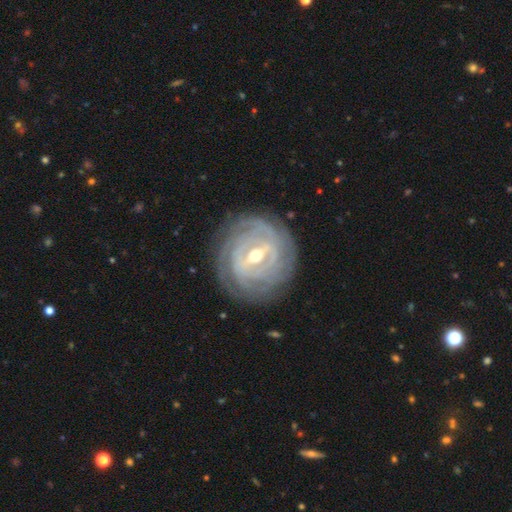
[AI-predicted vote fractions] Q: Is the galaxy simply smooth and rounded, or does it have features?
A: featured or disk — 89%.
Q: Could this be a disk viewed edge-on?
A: no — 95%.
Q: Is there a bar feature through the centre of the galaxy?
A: strong — 55%.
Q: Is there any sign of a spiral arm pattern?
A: yes — 95%.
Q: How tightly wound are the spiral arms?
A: tight — 87%.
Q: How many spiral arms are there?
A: can't tell — 35%.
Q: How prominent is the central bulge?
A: moderate — 60%.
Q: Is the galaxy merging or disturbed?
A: none — 84%.